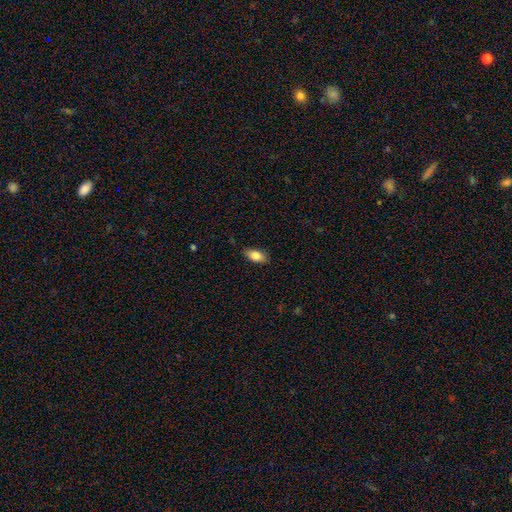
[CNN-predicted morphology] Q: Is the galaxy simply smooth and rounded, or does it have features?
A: smooth — 81%.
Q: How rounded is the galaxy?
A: in between — 87%.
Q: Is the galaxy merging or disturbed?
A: none — 83%.